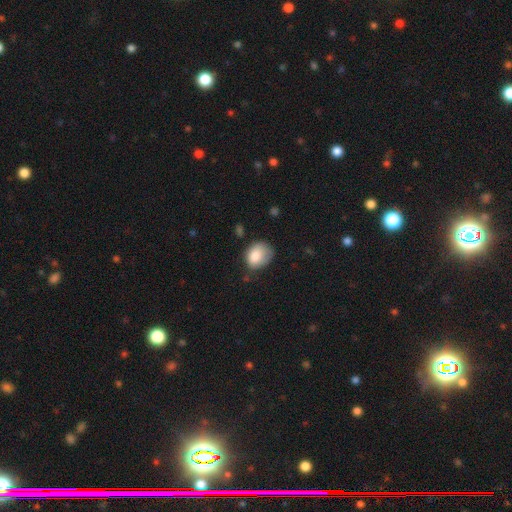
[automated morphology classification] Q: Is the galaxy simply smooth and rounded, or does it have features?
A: smooth — 82%.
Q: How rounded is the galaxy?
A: in between — 58%.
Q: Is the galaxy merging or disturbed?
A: none — 46%.